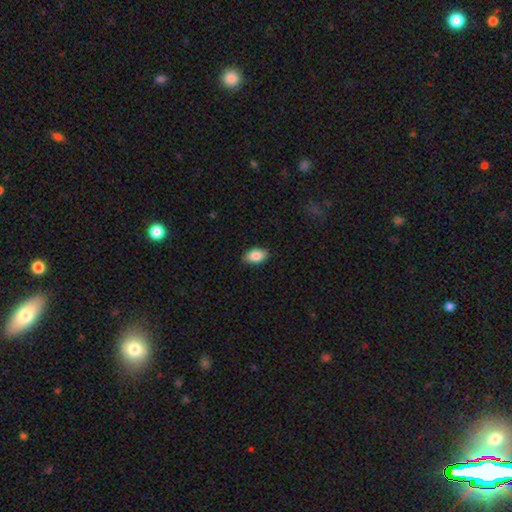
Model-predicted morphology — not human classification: This is clearly a smooth galaxy (86%). How rounded: clearly in between (91%). Merging: clearly none (86%).